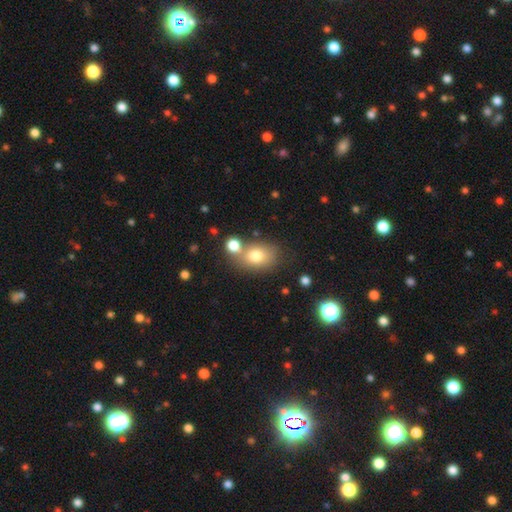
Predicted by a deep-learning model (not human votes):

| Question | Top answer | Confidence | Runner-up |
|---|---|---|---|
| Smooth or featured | smooth | 76% | featured or disk (13%) |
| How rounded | in between | 66% | round (32%) |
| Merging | none | 52% | merger (27%) |